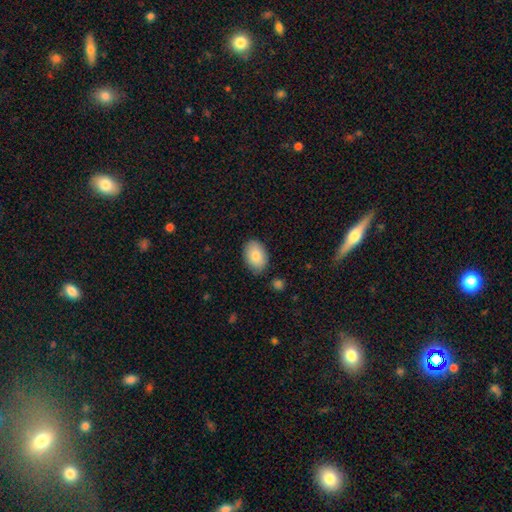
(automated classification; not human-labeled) Smooth or featured? smooth (84%)
How rounded? in between (87%)
Merging? none (82%)